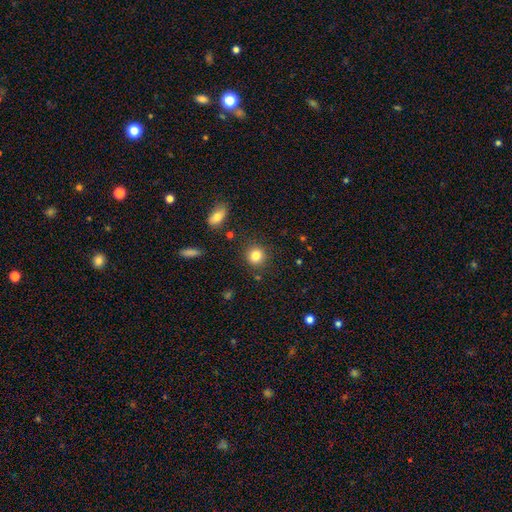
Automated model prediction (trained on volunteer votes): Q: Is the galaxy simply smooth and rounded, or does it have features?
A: smooth — 83%.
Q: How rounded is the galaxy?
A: round — 88%.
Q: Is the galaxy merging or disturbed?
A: none — 87%.